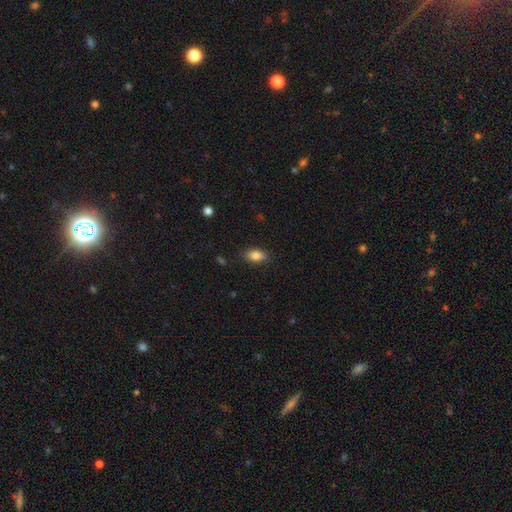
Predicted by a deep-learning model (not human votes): Smooth or featured? smooth (83%)
How rounded? in between (87%)
Merging? none (86%)